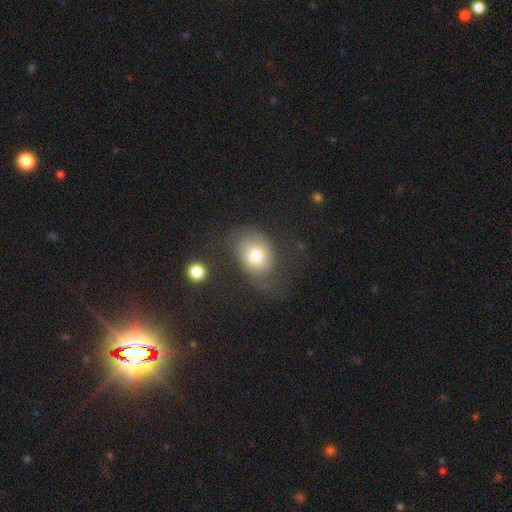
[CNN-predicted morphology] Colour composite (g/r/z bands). It shows a smooth galaxy with no disk features (67%) that is in between round and cigar-shaped (65%). Merging: none (49%).